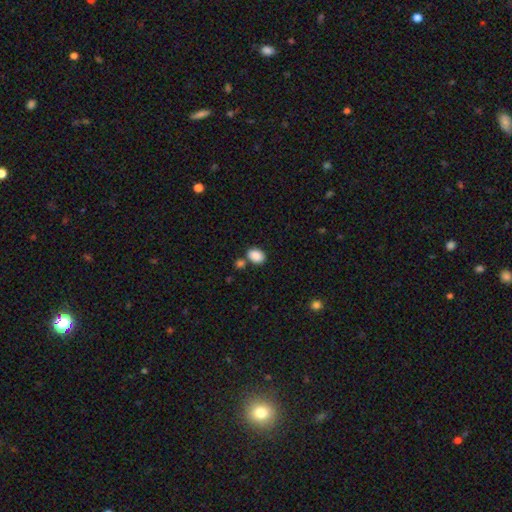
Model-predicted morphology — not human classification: Smooth or featured?
  - smooth: 88% *
  - star or artifact: 8%
  - featured or disk: 4%
How rounded?
  - in between: 74% *
  - round: 25%
  - cigar-shaped: 1%
Merging?
  - none: 70% *
  - merger: 15%
  - minor disturbance: 12%
  - major disturbance: 4%